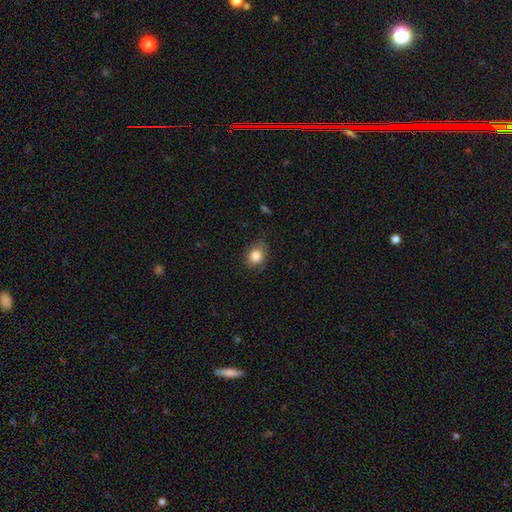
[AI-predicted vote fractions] smooth 84%, star or artifact 9%, featured or disk 7%. Down the decision tree: how rounded — round (54%); merging — none (75%).